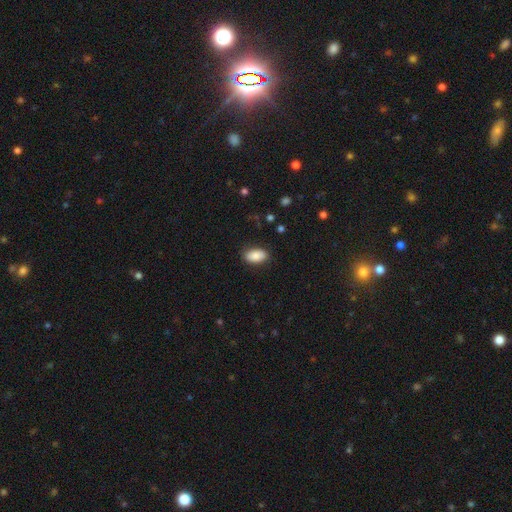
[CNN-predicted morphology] Q: Smooth or featured?
A: smooth (87%); runner-up: star or artifact (7%)
Q: How rounded?
A: in between (93%); runner-up: round (5%)
Q: Merging?
A: none (86%); runner-up: minor disturbance (11%)